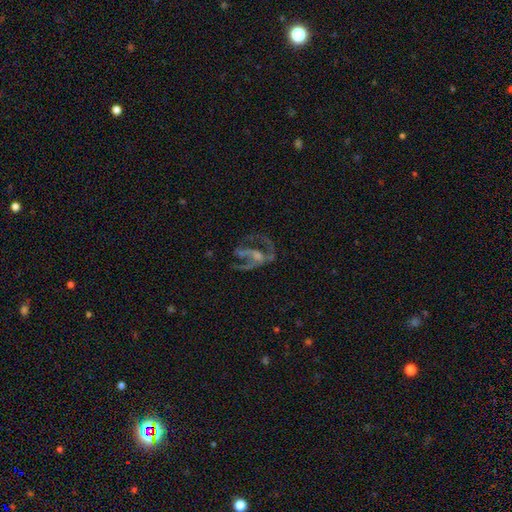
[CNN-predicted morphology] A featured or disk galaxy (74%) with no bar (55%), spiral arms (66%) and a small central bulge (40%).

Vote fractions:
- Smooth or featured? featured or disk: 74% / smooth: 13% / star or artifact: 13%
- Edge-on disk? no: 96% / yes: 4%
- Bar? no: 55% / weak: 30% / strong: 14%
- Spiral arms? yes: 66% / no: 34%
- Bulge size? small: 40% / moderate: 30% / none: 24% / large: 5% / dominant: 2%
- Merging? major disturbance: 41% / none: 38% / minor disturbance: 16% / merger: 5%